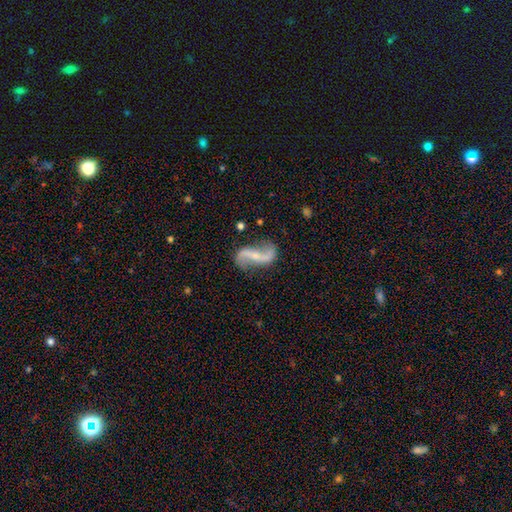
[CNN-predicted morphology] Smooth or featured? Predicted: featured or disk (p=0.88). Edge-on disk? Predicted: no (p=0.96). Bar? Predicted: strong (p=0.41). Spiral arms? Predicted: yes (p=0.95). Spiral winding? Predicted: loose (p=0.88). Spiral arm count? Predicted: 2 (p=0.93). Bulge size? Predicted: small (p=0.63). Merging? Predicted: none (p=0.75).